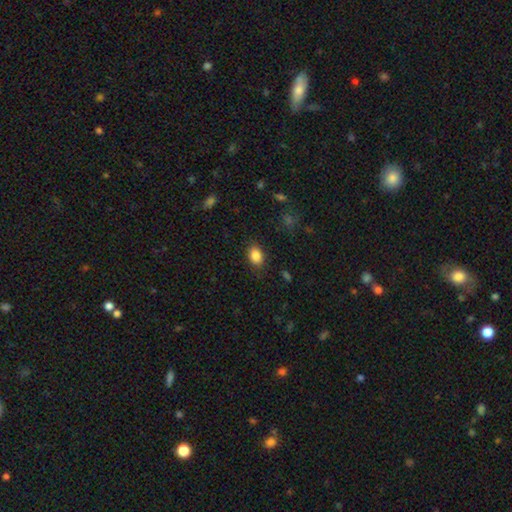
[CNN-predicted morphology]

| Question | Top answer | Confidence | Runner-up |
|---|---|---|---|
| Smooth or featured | smooth | 86% | star or artifact (9%) |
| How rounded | in between | 79% | round (20%) |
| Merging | none | 85% | minor disturbance (11%) |